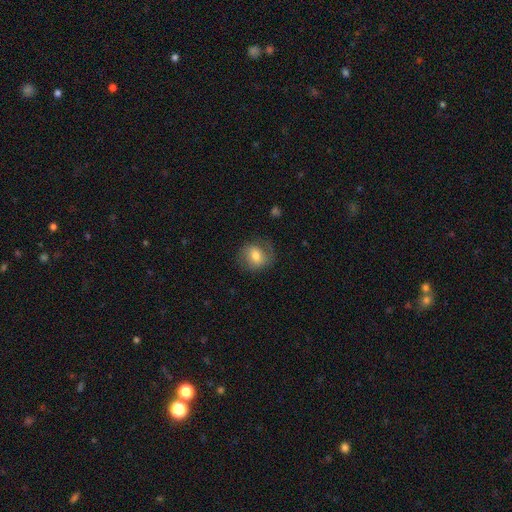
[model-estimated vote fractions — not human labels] Morphology: type=smooth (61%); roundness=round (64%); merging=none (71%).